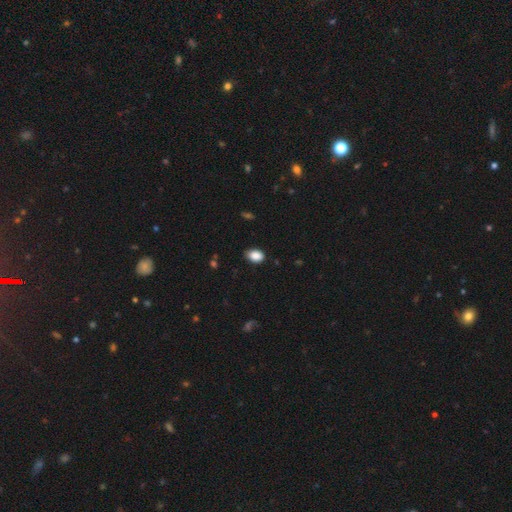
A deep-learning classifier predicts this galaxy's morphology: Smooth or featured? smooth (88%)
How rounded? in between (84%)
Merging? none (81%)